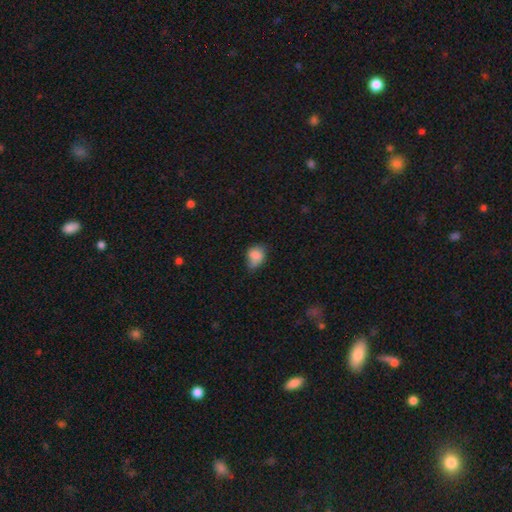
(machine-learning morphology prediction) The model was most divided on "merging": minor disturbance: 45%, none: 40%, major disturbance: 12%, merger: 4%. More confident: smooth or featured — smooth (82%); how rounded — in between (58%).